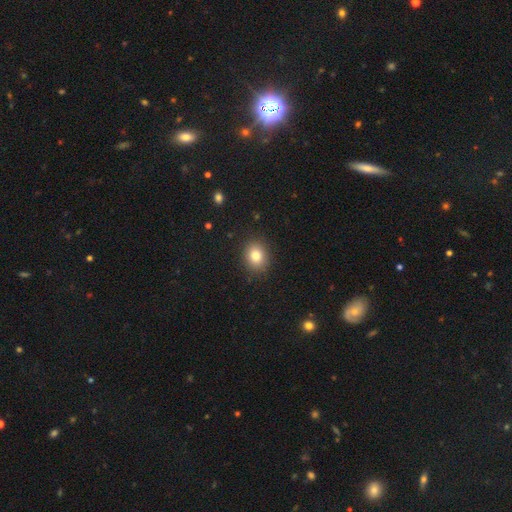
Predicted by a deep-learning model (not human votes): Q: Smooth or featured?
A: smooth (81%); runner-up: star or artifact (11%)
Q: How rounded?
A: round (58%); runner-up: in between (41%)
Q: Merging?
A: none (89%); runner-up: minor disturbance (8%)